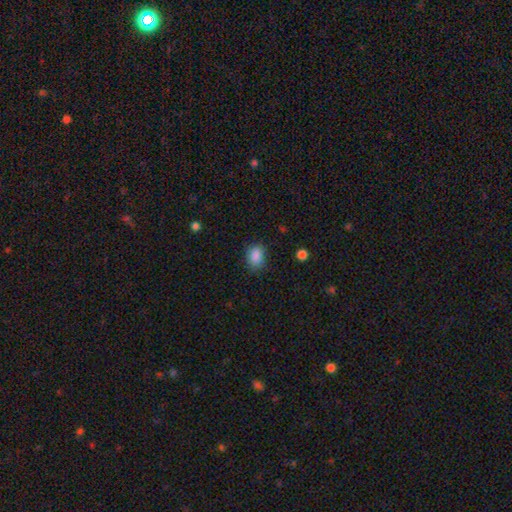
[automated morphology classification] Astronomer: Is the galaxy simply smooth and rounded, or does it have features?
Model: smooth — 87%.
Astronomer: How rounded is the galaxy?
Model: in between — 69%.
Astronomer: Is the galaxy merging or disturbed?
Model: none — 79%.